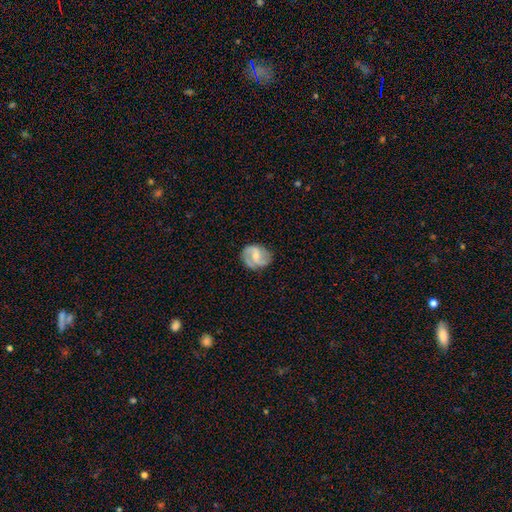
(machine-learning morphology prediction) The model was most divided on "bulge size": small: 49%, moderate: 44%, none: 5%, large: 2%, dominant: 1%. Remaining: edge-on disk — no (98%); spiral arms — yes (91%); spiral arm count — 2 (76%); merging — none (72%); smooth or featured — featured or disk (71%); bar — weak (50%); spiral winding — medium (48%).